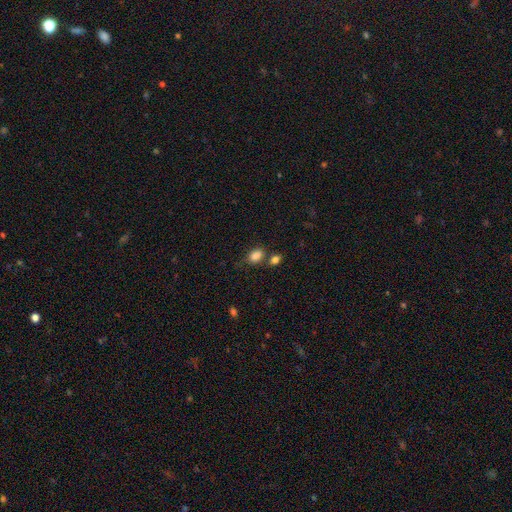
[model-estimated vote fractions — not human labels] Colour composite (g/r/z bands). It shows a smooth galaxy with no disk features (85%) that is in between round and cigar-shaped (76%). Merging: none (60%).